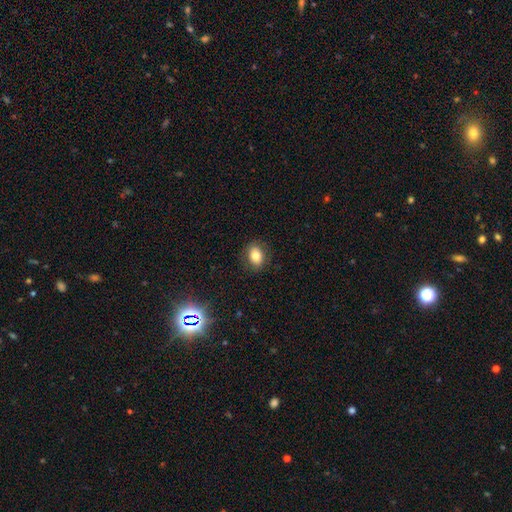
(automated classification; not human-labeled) Smooth or featured: smooth — 80% (star or artifact — 10%)
How rounded: in between — 71% (round — 28%)
Merging: none — 86% (minor disturbance — 10%)